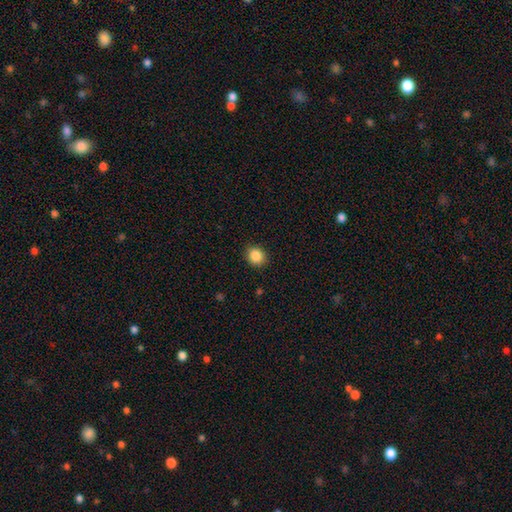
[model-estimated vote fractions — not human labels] Overall: smooth (87%). How rounded: round (70%). Merging: none (88%).